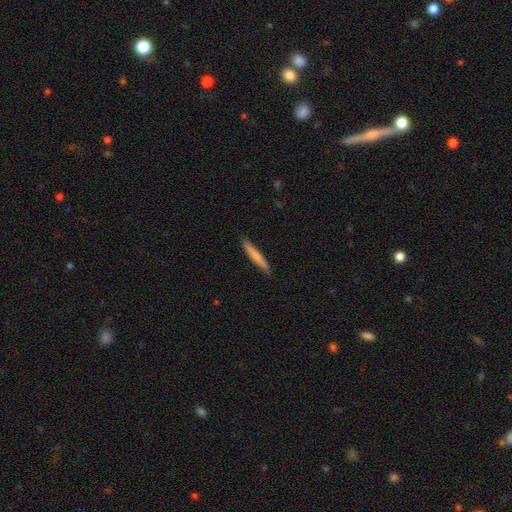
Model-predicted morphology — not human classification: Smooth or featured? Predicted: smooth (p=0.67). How rounded? Predicted: cigar-shaped (p=0.96). Merging? Predicted: none (p=0.90).